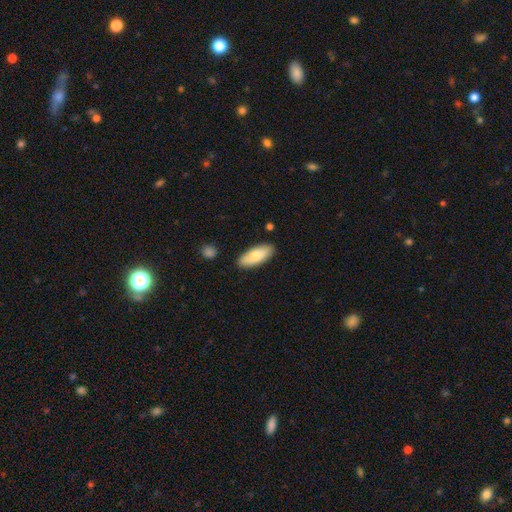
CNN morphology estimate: This is likely a smooth galaxy (78%). How rounded: likely in between (79%). Merging: clearly none (84%).